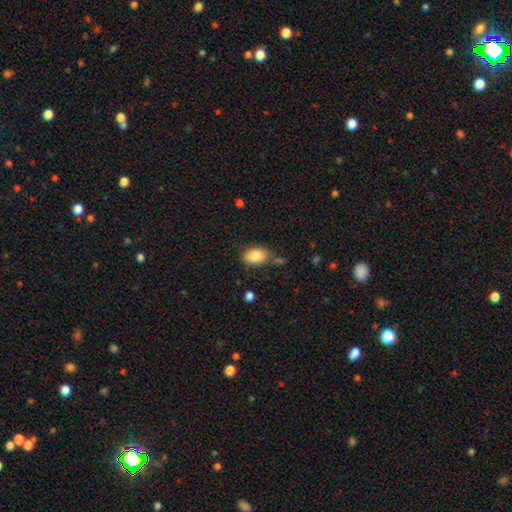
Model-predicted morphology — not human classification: Smooth or featured? Predicted: smooth (p=0.86). How rounded? Predicted: in between (p=0.89). Merging? Predicted: none (p=0.70).